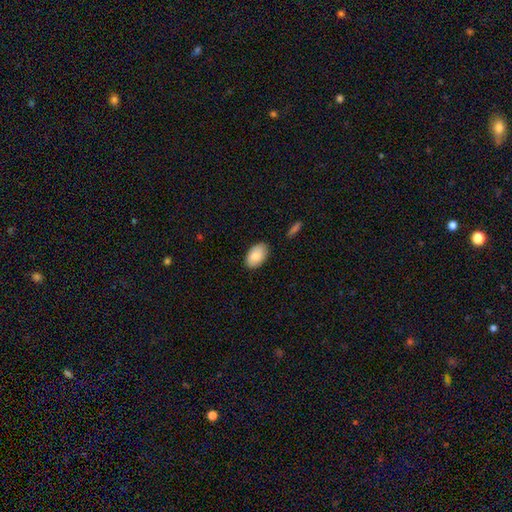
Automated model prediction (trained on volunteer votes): smooth 84%, featured or disk 10%, star or artifact 6%. Down the decision tree: how rounded — in between (93%); merging — none (85%).